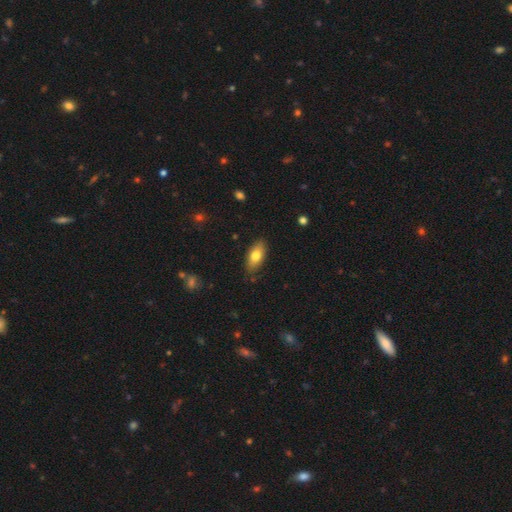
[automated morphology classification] A smooth galaxy with no disk features (76%) that is in between round and cigar-shaped (87%).

Vote fractions:
- Smooth or featured? smooth: 76% / featured or disk: 17% / star or artifact: 7%
- How rounded? in between: 87% / cigar-shaped: 9% / round: 3%
- Merging? none: 83% / minor disturbance: 13% / major disturbance: 2% / merger: 1%